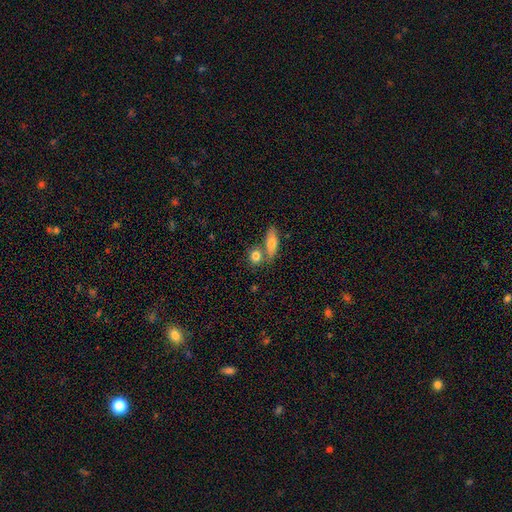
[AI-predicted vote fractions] This appears to be a smooth galaxy with no disk features (78%) that is round (55%). Merging: none (52%).